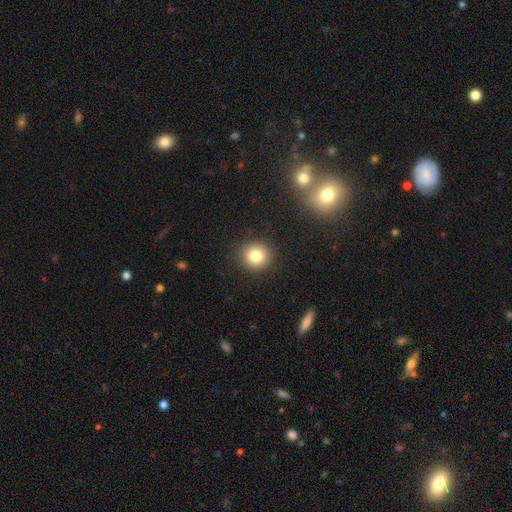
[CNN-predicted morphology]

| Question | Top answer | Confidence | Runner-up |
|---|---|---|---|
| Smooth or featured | smooth | 82% | star or artifact (11%) |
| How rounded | round | 90% | in between (9%) |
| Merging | none | 90% | minor disturbance (6%) |